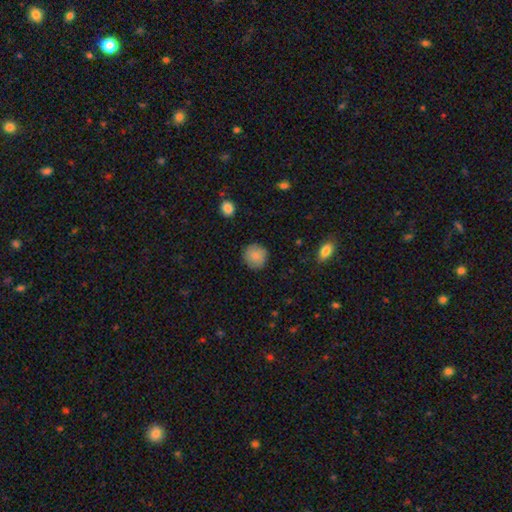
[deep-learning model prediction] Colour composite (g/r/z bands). It shows a smooth galaxy with no disk features (84%) that is round (91%). Merging: none (84%).